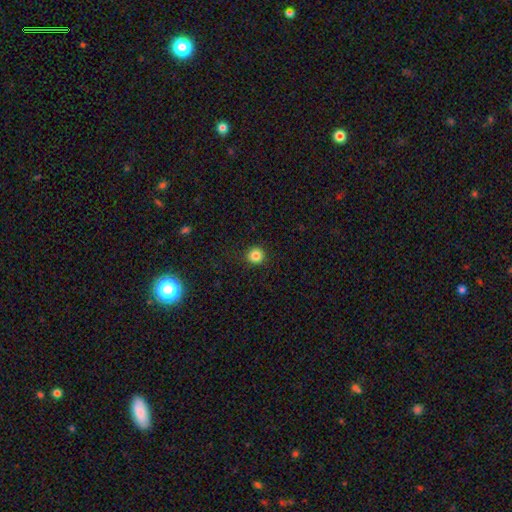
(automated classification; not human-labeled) This appears to be a smooth galaxy with no disk features (84%) that is round (95%). Merging: none (92%).